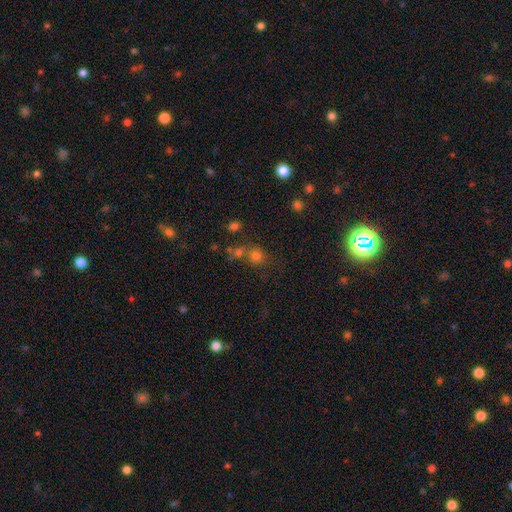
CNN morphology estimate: The model was most divided on "merging": none: 58%, merger: 27%, minor disturbance: 10%, major disturbance: 6%. More confident: how rounded — round (84%); smooth or featured — smooth (70%).